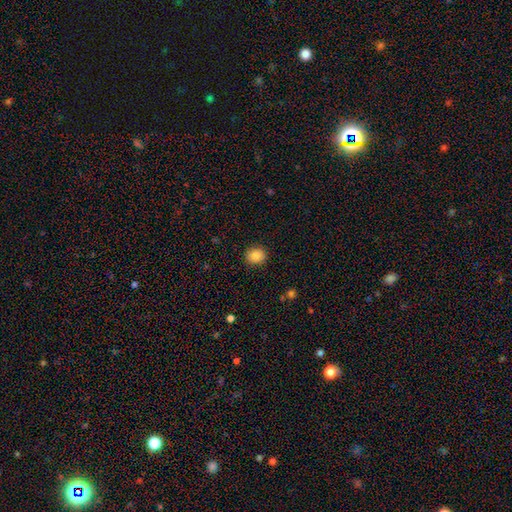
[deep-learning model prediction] Morphology: type=smooth (86%); roundness=round (76%); merging=none (90%).